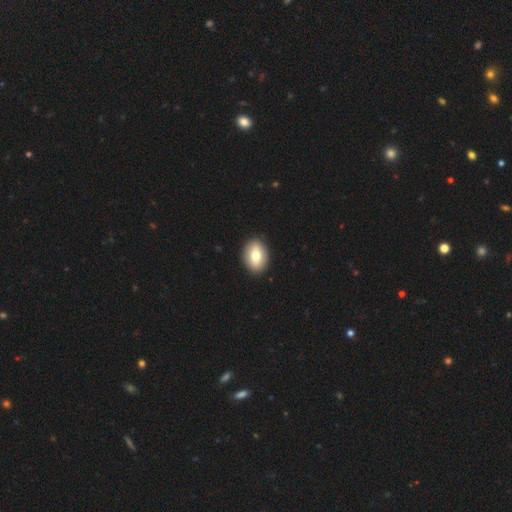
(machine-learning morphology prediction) The model was most divided on "how rounded": in between: 75%, round: 23%, cigar-shaped: 1%. More confident: merging — none (91%); smooth or featured — smooth (74%).